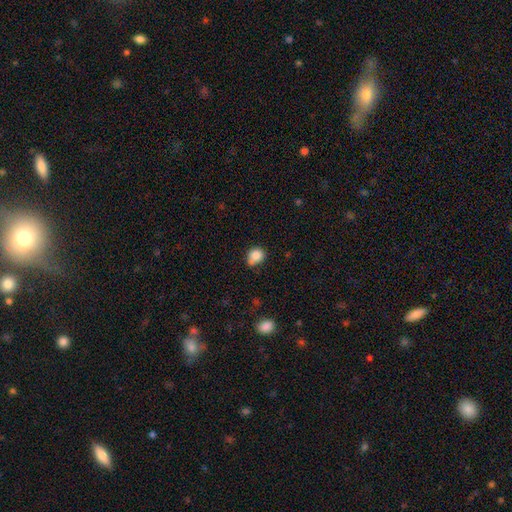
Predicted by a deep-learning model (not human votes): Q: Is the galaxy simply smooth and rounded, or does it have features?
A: smooth — 83%.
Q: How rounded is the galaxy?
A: round — 71%.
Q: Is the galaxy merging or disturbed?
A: none — 52%.